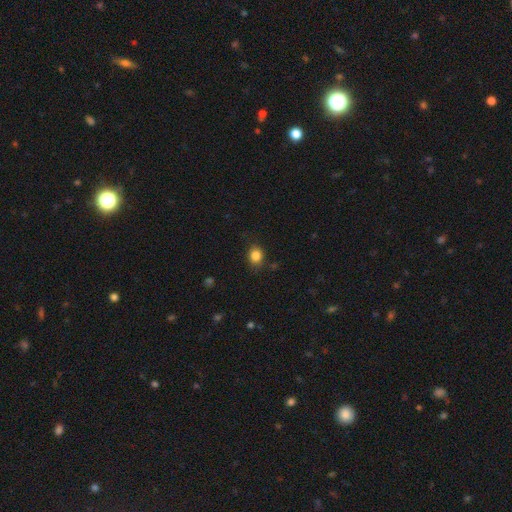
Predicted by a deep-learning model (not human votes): smooth 84%, star or artifact 11%, featured or disk 5%. Down the decision tree: how rounded — round (62%); merging — none (80%).